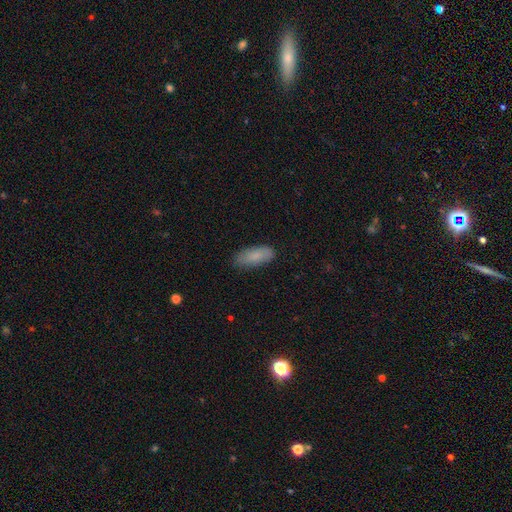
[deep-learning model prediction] smooth_or_featured: smooth (p=0.84) [alt: featured or disk p=0.10]
how_rounded: in between (p=0.79) [alt: cigar-shaped p=0.19]
merging: none (p=0.80) [alt: minor disturbance p=0.16]